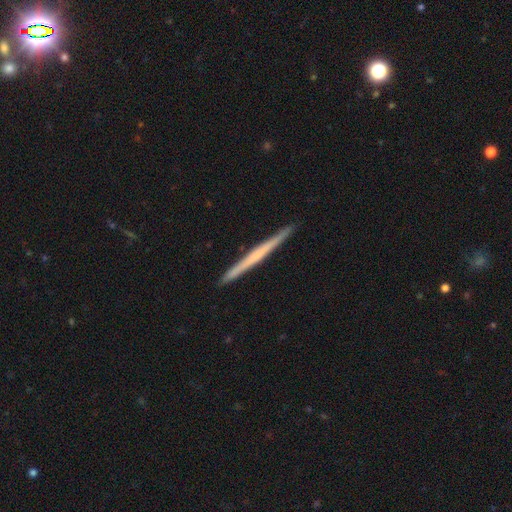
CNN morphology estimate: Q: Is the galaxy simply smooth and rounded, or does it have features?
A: featured or disk — 57%.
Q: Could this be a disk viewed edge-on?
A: yes — 98%.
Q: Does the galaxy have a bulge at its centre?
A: none — 81%.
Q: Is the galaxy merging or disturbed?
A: none — 92%.